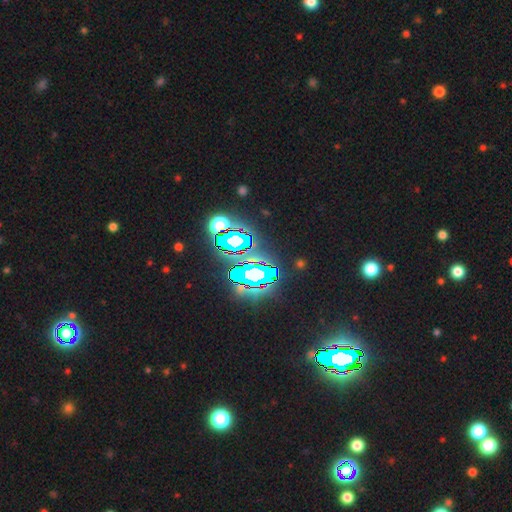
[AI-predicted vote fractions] Overall: star or artifact (84%).